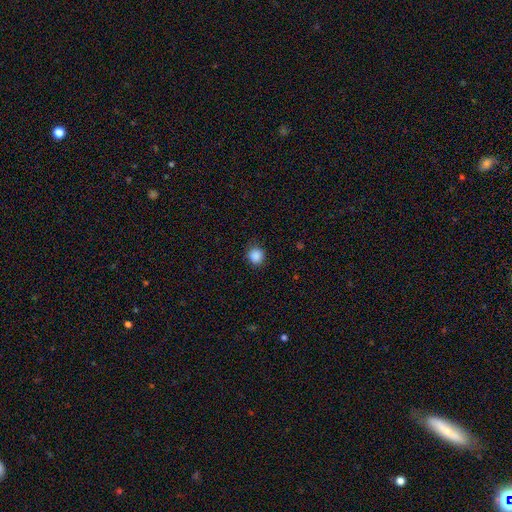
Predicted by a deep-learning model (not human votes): Smooth or featured: smooth — 88% (star or artifact — 10%)
How rounded: round — 91% (in between — 9%)
Merging: none — 88% (minor disturbance — 9%)